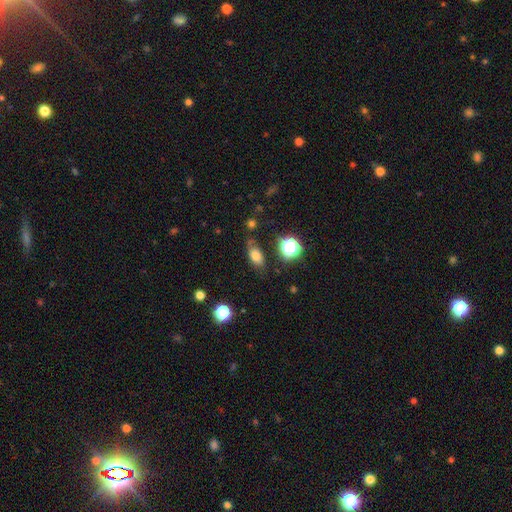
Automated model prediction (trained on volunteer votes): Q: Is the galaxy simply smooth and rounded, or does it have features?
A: smooth — 75%.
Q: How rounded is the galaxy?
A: in between — 81%.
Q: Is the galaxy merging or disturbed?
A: none — 68%.